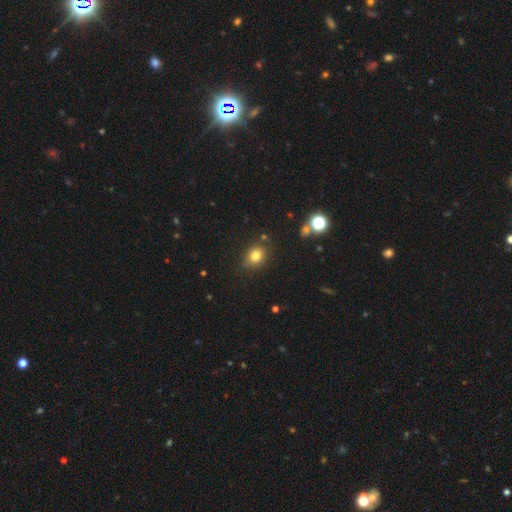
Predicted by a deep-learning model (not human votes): smooth_or_featured: smooth (p=0.79) [alt: star or artifact p=0.13]
how_rounded: round (p=0.52) [alt: in between p=0.47]
merging: none (p=0.79) [alt: minor disturbance p=0.14]